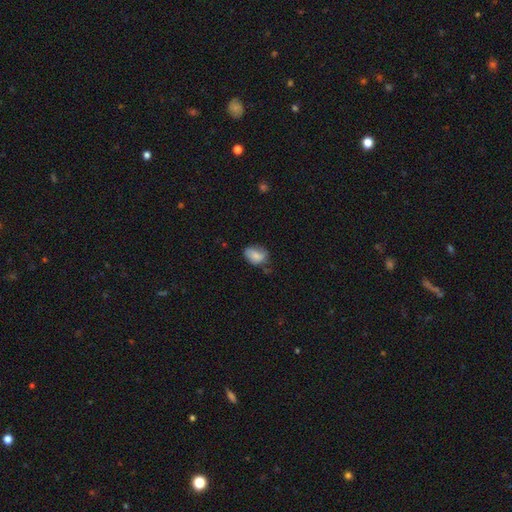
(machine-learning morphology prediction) The model was most divided on "merging": none: 52%, minor disturbance: 35%, major disturbance: 10%, merger: 4%. More confident: smooth or featured — smooth (79%); how rounded — in between (76%).